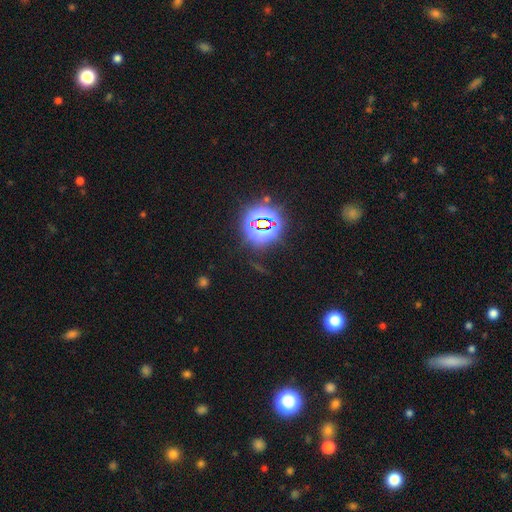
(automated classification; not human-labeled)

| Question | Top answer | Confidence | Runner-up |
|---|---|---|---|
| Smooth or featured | star or artifact | 78% | smooth (14%) |